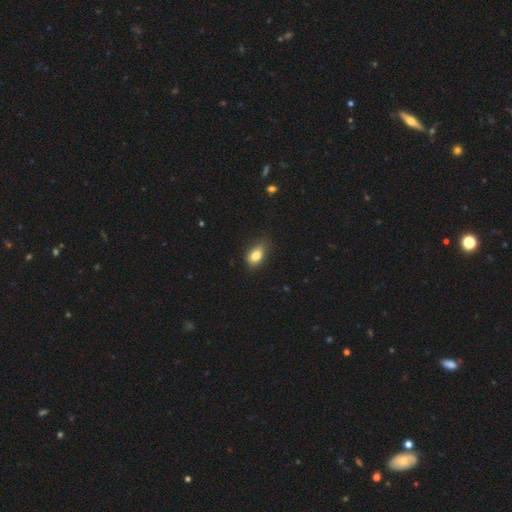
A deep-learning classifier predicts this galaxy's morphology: The model was most divided on "merging": none: 65%, minor disturbance: 27%, major disturbance: 6%, merger: 2%. More confident: how rounded — in between (86%); smooth or featured — smooth (84%).